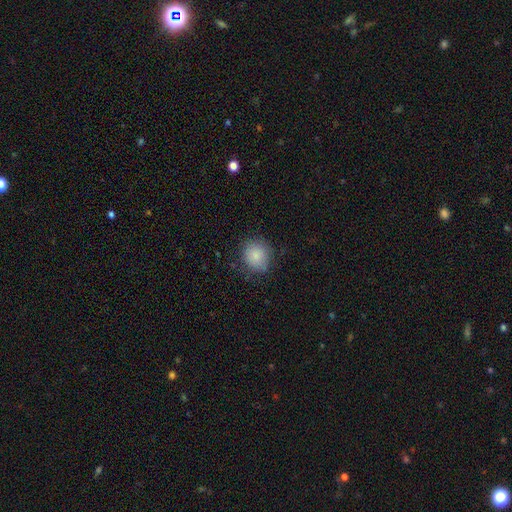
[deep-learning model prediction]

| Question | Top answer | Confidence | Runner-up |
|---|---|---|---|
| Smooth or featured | smooth | 86% | star or artifact (8%) |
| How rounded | round | 82% | in between (17%) |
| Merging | none | 78% | minor disturbance (16%) |